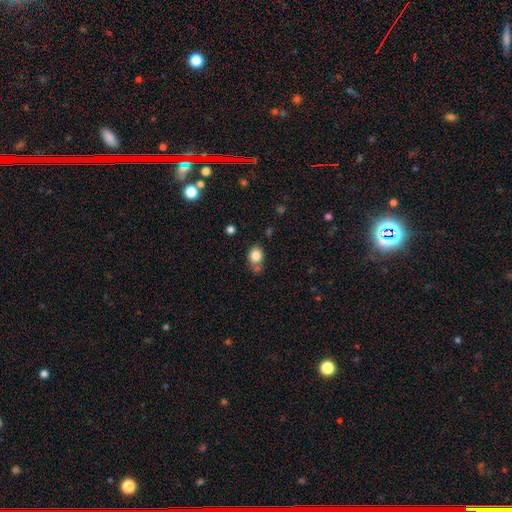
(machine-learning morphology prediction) A smooth galaxy with no disk features (83%) that is round (54%). Merging: none (60%).